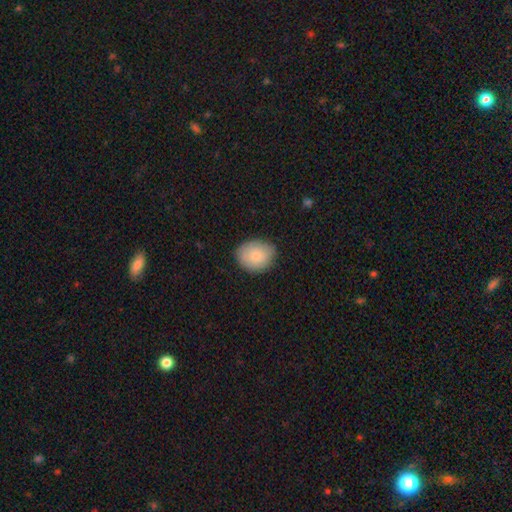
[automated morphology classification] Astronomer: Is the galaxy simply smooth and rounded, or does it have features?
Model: smooth — 84%.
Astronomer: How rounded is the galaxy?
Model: in between — 51% (runner-up: round, 48%).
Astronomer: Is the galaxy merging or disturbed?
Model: none — 82%.